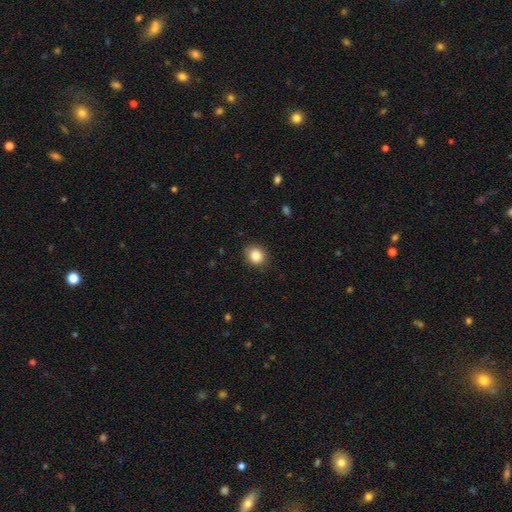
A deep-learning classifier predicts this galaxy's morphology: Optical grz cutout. It shows a smooth galaxy with no disk features (87%) that is round (75%). Merging: none (88%).